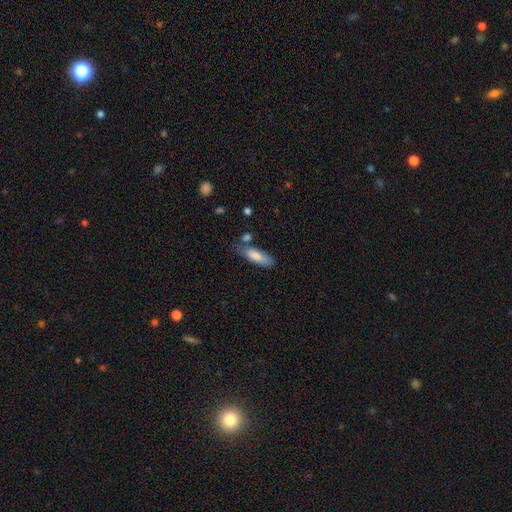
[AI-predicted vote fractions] Smooth or featured?
  - smooth: 80% *
  - featured or disk: 14%
  - star or artifact: 6%
How rounded?
  - in between: 56% *
  - cigar-shaped: 43%
  - round: 2%
Merging?
  - none: 59% *
  - minor disturbance: 24%
  - merger: 10%
  - major disturbance: 7%